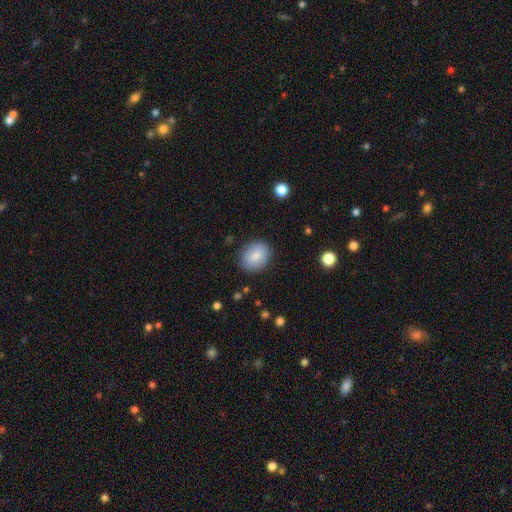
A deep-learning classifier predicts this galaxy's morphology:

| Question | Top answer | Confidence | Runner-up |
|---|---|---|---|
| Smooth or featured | smooth | 82% | featured or disk (11%) |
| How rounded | in between | 53% | round (46%) |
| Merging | none | 85% | minor disturbance (11%) |